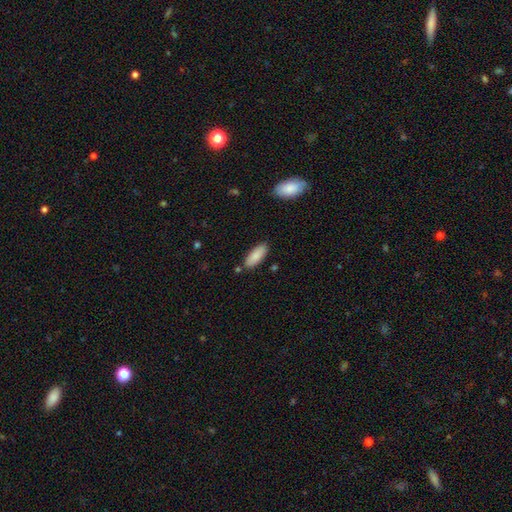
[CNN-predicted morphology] Smooth or featured? smooth (88%)
How rounded? in between (73%)
Merging? none (83%)